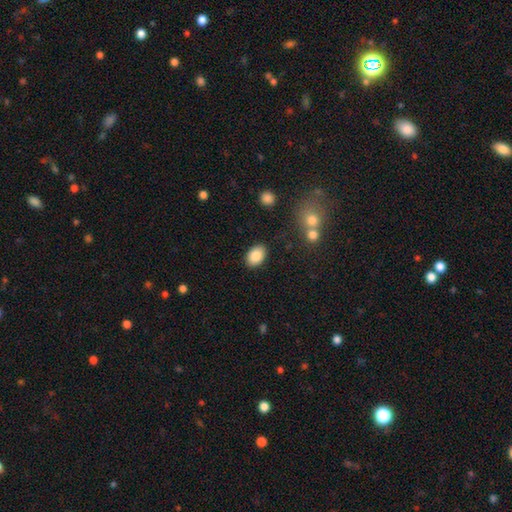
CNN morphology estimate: smooth 86%, star or artifact 7%, featured or disk 7%. Down the decision tree: how rounded — in between (86%); merging — none (87%).